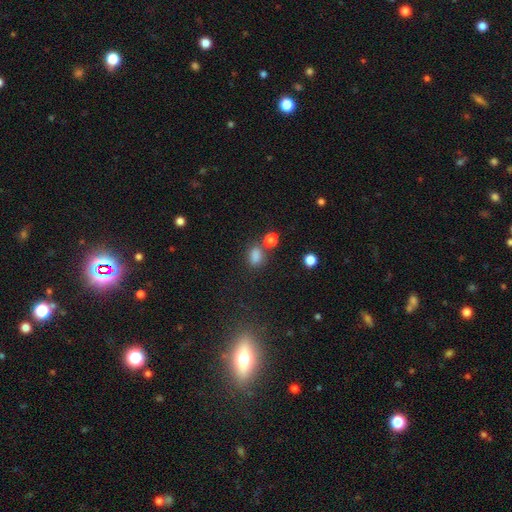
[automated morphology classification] Smooth or featured: smooth — 80% (star or artifact — 15%)
How rounded: in between — 68% (round — 30%)
Merging: none — 62% (merger — 17%)